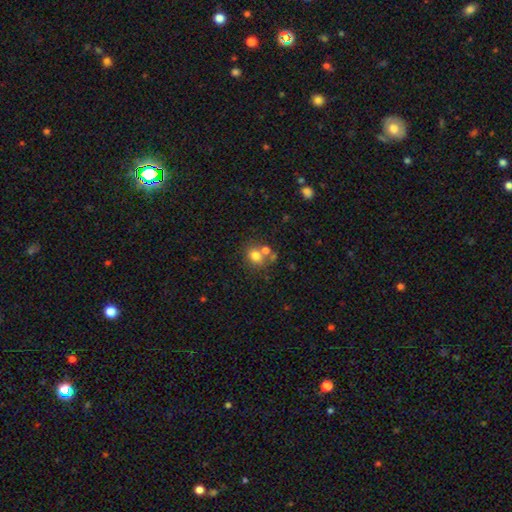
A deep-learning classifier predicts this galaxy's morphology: Smooth or featured? Predicted: smooth (p=0.74). How rounded? Predicted: round (p=0.63). Merging? Predicted: none (p=0.51).